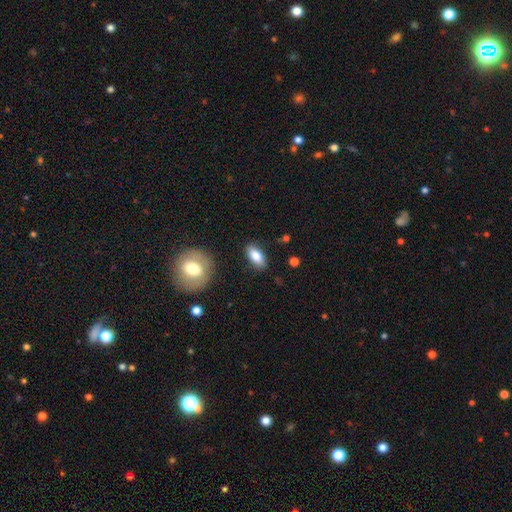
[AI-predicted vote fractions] smooth-or-featured: smooth: 82% | featured or disk: 11% | star or artifact: 7%
  how-rounded: in between: 87% | cigar-shaped: 10% | round: 3%
  merging: none: 86% | minor disturbance: 10% | major disturbance: 2% | merger: 2%